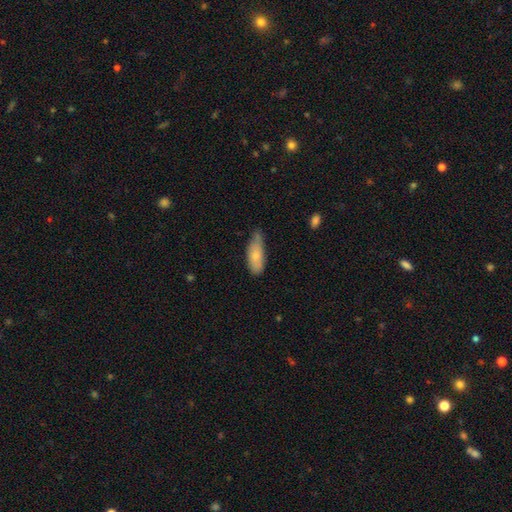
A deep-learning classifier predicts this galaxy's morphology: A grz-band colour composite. It shows a smooth galaxy with no disk features (76%) that is in between round and cigar-shaped (73%). Merging: none (45%).